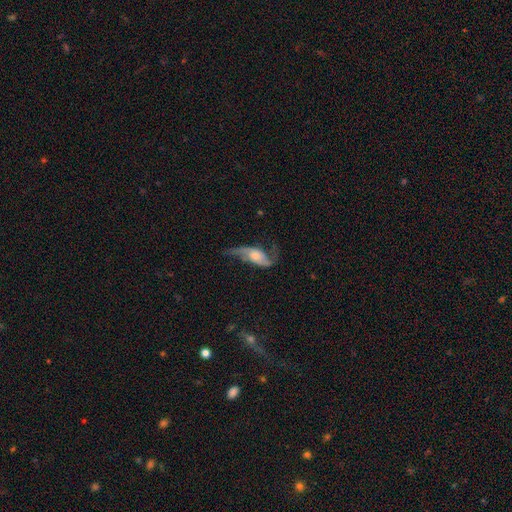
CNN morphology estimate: Smooth or featured? Predicted: featured or disk (p=0.77). Edge-on disk? Predicted: no (p=0.89). Bar? Predicted: no (p=0.62). Spiral arms? Predicted: yes (p=0.92). Spiral winding? Predicted: loose (p=0.73). Spiral arm count? Predicted: 2 (p=0.90). Bulge size? Predicted: moderate (p=0.40). Merging? Predicted: none (p=0.51).